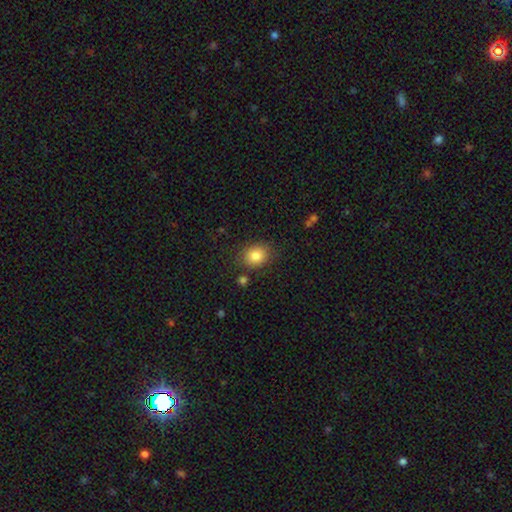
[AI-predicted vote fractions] This is clearly a smooth galaxy (84%). How rounded: possibly round (53%). Merging: clearly none (81%).